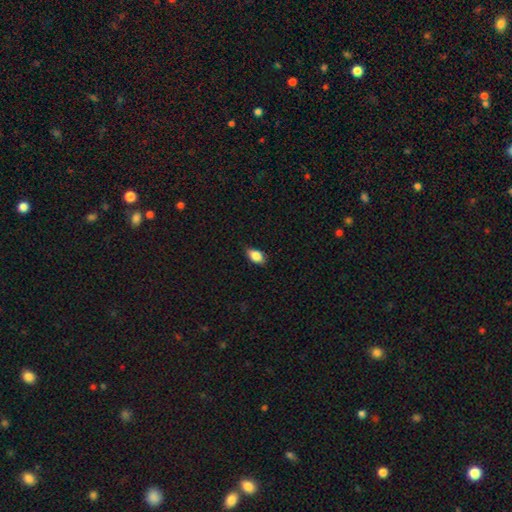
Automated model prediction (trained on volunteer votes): This appears to be a smooth galaxy with no disk features (84%) that is in between round and cigar-shaped (87%). Merging: none (81%).